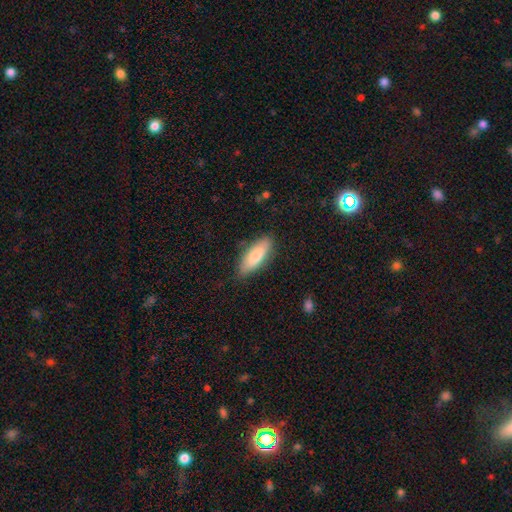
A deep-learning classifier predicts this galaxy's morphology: Smooth or featured? smooth (76%)
How rounded? in between (65%)
Merging? none (84%)